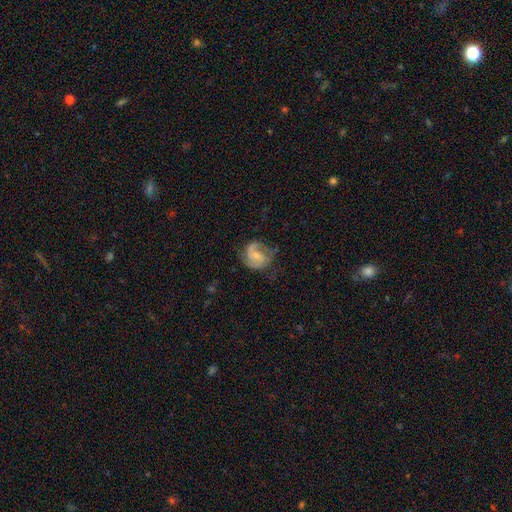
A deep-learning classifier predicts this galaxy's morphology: A featured or disk galaxy (76%) with no bar (52%), 2 (75%) medium (49%) spiral arms (94%) and a small central bulge (57%).

Vote fractions:
- Smooth or featured? featured or disk: 76% / smooth: 18% / star or artifact: 6%
- Edge-on disk? no: 98% / yes: 2%
- Bar? no: 52% / weak: 39% / strong: 9%
- Spiral arms? yes: 94% / no: 6%
- Spiral winding? medium: 49% / tight: 30% / loose: 22%
- Spiral arm count? 2: 75% / 1: 9% / can't tell: 8% / 3: 6% / 4: 1% / more than 4: 1%
- Bulge size? small: 57% / moderate: 35% / none: 5% / large: 2% / dominant: 1%
- Merging? none: 62% / minor disturbance: 23% / major disturbance: 13% / merger: 1%